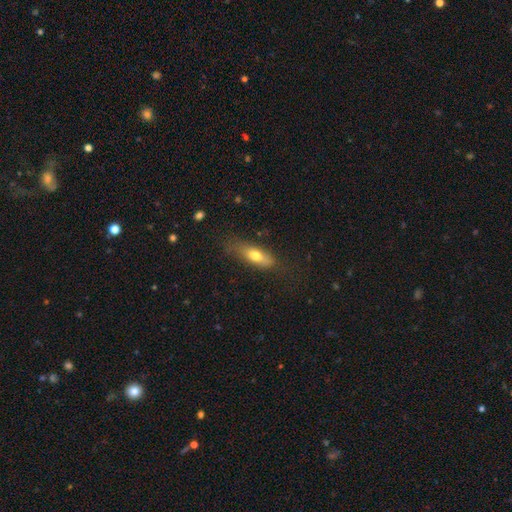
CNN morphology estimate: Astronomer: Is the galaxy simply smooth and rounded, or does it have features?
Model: smooth — 69%.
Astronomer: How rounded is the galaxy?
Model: in between — 62%.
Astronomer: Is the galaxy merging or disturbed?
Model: none — 65%.